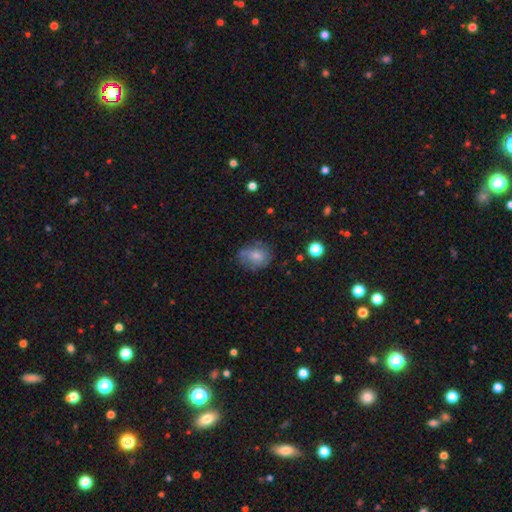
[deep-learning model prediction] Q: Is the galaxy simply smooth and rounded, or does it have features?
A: smooth — 67%.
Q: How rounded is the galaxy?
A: in between — 55%.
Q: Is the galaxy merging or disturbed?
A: none — 58%.